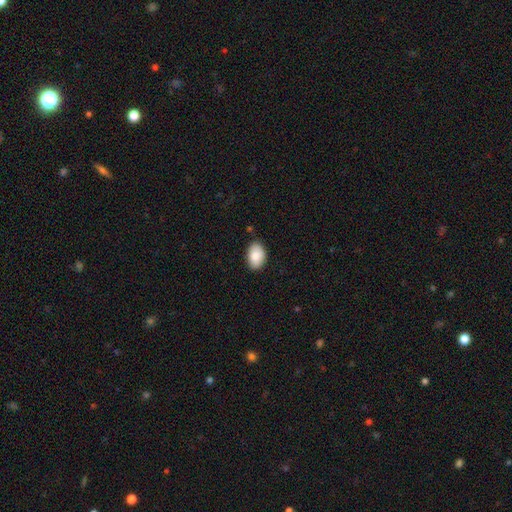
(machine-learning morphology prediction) A smooth galaxy with no disk features (86%) that is in between round and cigar-shaped (88%). Merging: none (83%).